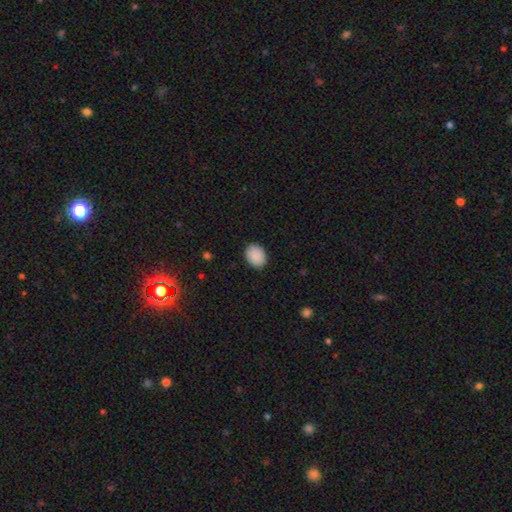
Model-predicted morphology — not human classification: Smooth or featured? smooth (90%)
How rounded? in between (57%)
Merging? none (88%)